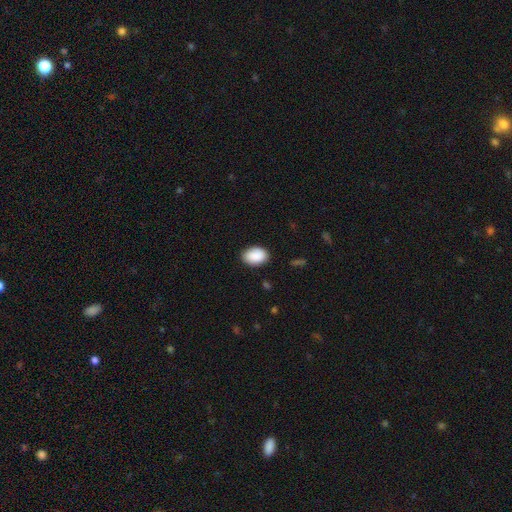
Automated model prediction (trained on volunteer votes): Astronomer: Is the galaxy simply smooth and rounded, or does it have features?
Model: smooth — 90%.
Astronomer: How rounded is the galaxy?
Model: in between — 87%.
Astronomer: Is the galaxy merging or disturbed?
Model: none — 85%.